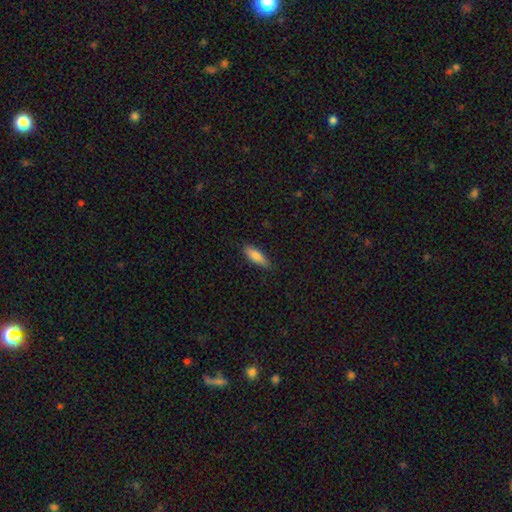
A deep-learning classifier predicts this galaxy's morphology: Smooth or featured? Predicted: smooth (p=0.82). How rounded? Predicted: in between (p=0.55). Merging? Predicted: none (p=0.84).